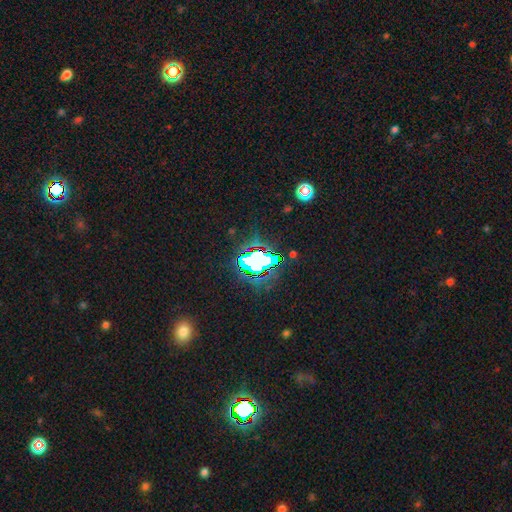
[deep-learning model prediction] Smooth or featured? Predicted: star or artifact (p=0.68).